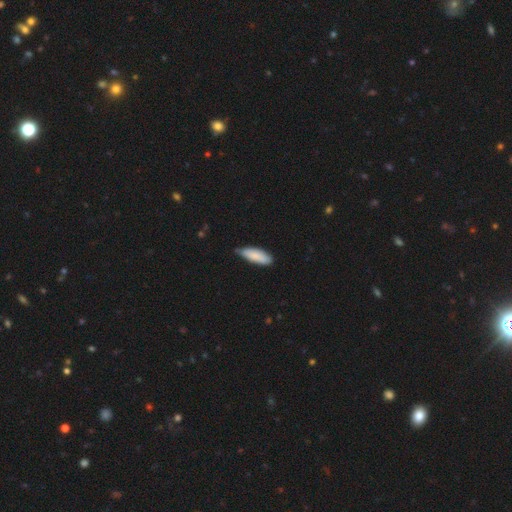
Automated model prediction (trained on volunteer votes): Smooth or featured?
  - smooth: 86% *
  - featured or disk: 9%
  - star or artifact: 5%
How rounded?
  - in between: 58% *
  - cigar-shaped: 40%
  - round: 2%
Merging?
  - none: 63% *
  - minor disturbance: 32%
  - major disturbance: 4%
  - merger: 2%